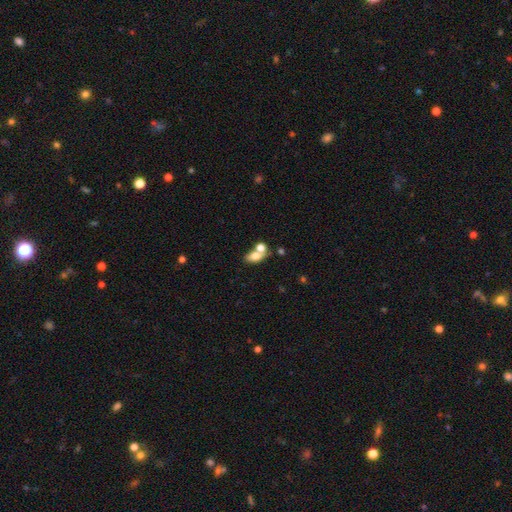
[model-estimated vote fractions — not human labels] Overall: smooth (71%). How rounded: in between (81%). Merging: merger (47%; none 38%).